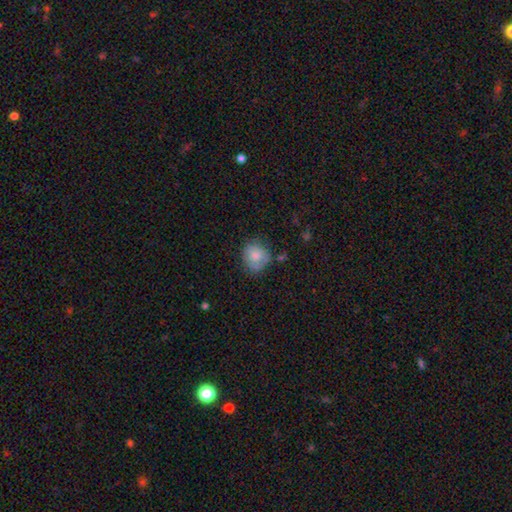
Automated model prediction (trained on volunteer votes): Q: Smooth or featured?
A: smooth (79%); runner-up: featured or disk (13%)
Q: How rounded?
A: round (77%); runner-up: in between (22%)
Q: Merging?
A: none (64%); runner-up: minor disturbance (25%)